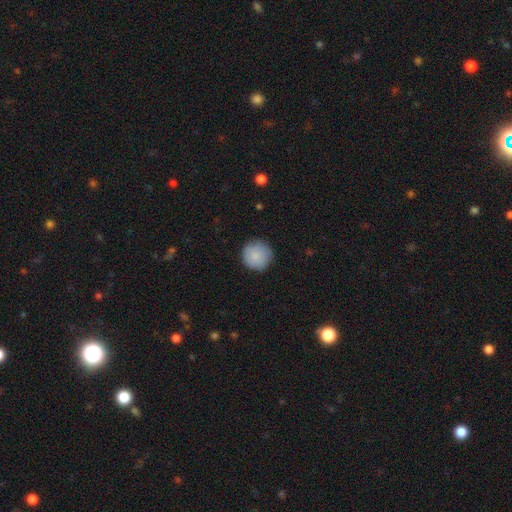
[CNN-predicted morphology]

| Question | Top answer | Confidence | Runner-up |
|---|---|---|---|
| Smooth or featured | smooth | 87% | star or artifact (7%) |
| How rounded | round | 95% | in between (4%) |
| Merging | none | 88% | minor disturbance (9%) |